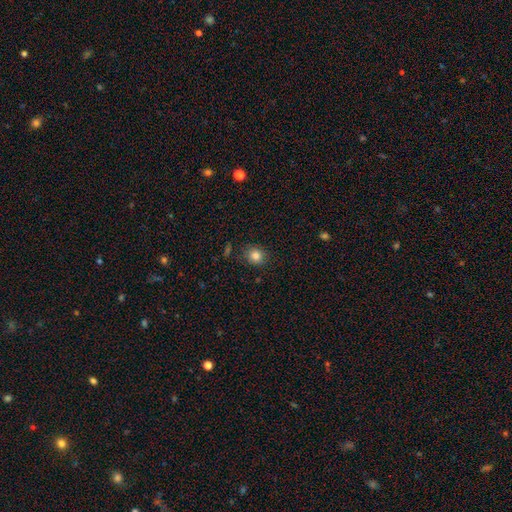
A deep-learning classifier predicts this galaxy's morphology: Smooth or featured? Predicted: smooth (p=0.83). How rounded? Predicted: round (p=0.78). Merging? Predicted: none (p=0.85).